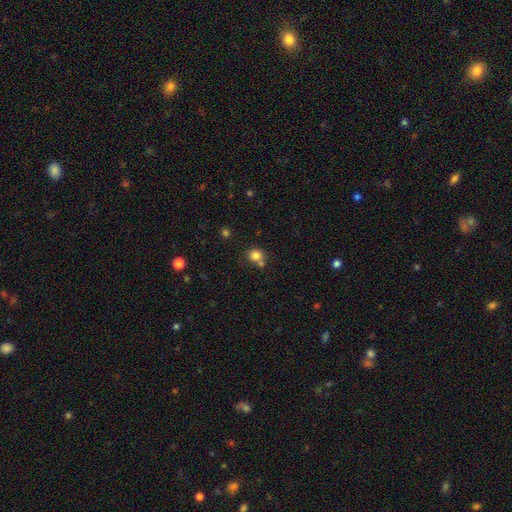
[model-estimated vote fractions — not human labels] This appears to be a smooth galaxy with no disk features (81%) that is round (83%). Merging: none (58%).